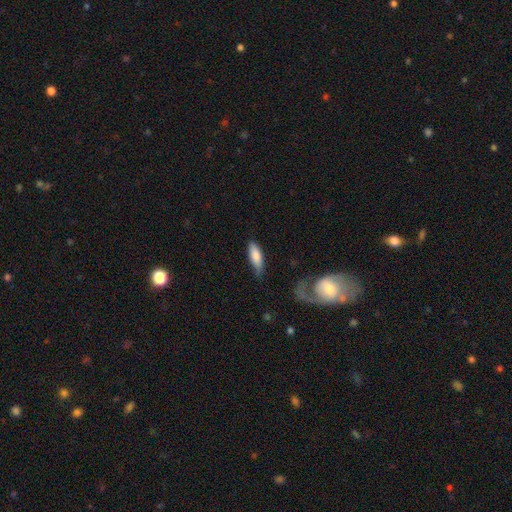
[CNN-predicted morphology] A smooth galaxy with no disk features (80%) that is in between round and cigar-shaped (65%).

Vote fractions:
- Smooth or featured? smooth: 80% / featured or disk: 15% / star or artifact: 6%
- How rounded? in between: 65% / cigar-shaped: 33% / round: 2%
- Merging? none: 59% / minor disturbance: 28% / major disturbance: 9% / merger: 3%